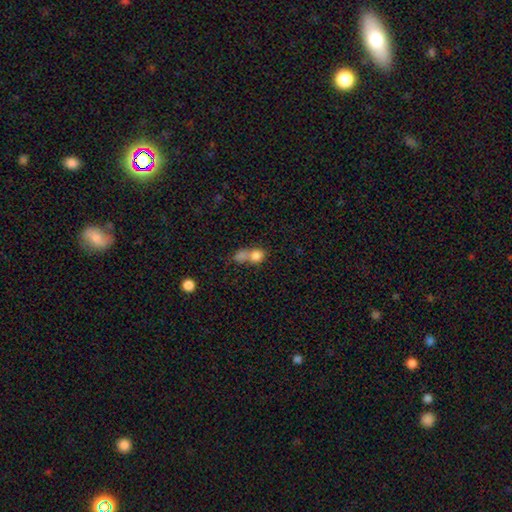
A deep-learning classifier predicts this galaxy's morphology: This is likely a smooth galaxy (78%). How rounded: possibly round (60%). Merging: likely merger (63%).